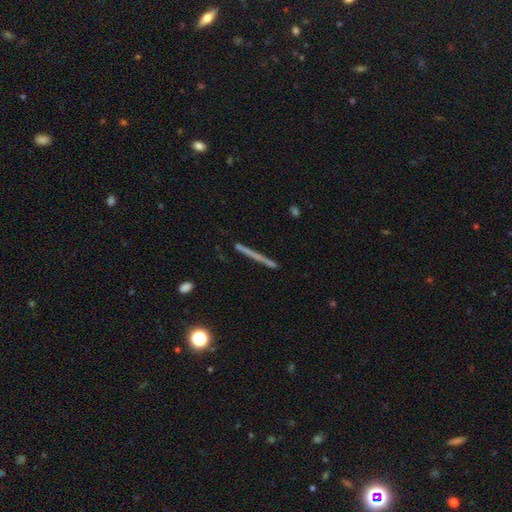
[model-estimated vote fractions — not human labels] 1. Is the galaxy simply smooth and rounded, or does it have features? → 50% featured or disk, 42% smooth, 8% star or artifact.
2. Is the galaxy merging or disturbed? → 89% none, 7% minor disturbance, 2% merger, 2% major disturbance.